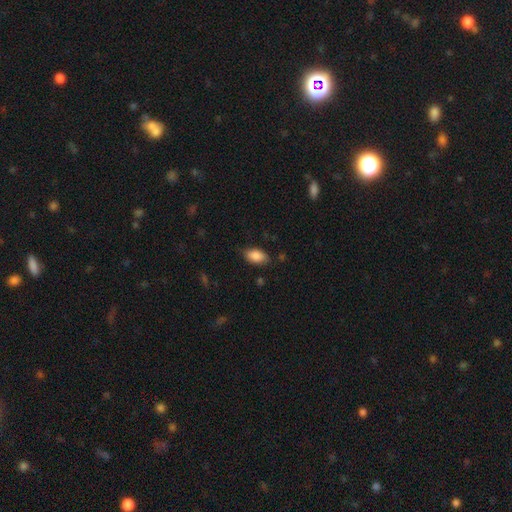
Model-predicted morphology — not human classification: Overall: smooth (87%). How rounded: in between (92%). Merging: none (80%).